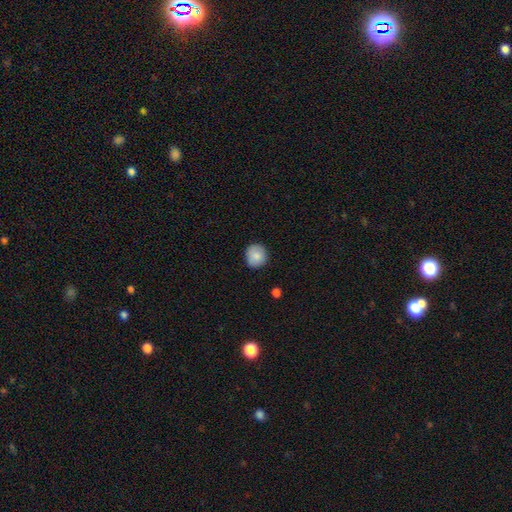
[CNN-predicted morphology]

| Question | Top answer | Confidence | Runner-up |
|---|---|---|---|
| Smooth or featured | smooth | 85% | star or artifact (8%) |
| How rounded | round | 87% | in between (12%) |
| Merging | none | 84% | minor disturbance (13%) |